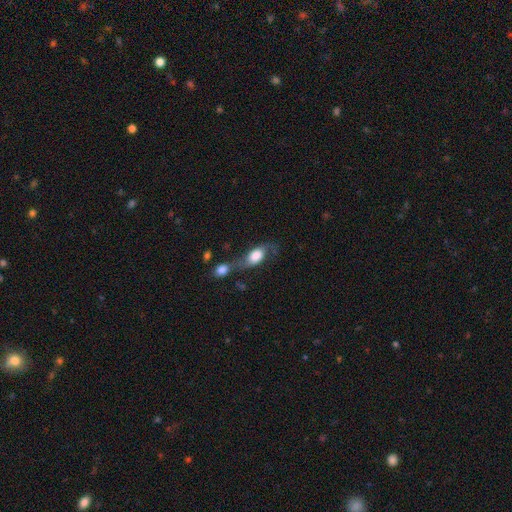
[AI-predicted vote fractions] A smooth galaxy with no disk features (64%) that is in between round and cigar-shaped (81%). Merging: merger (39%).